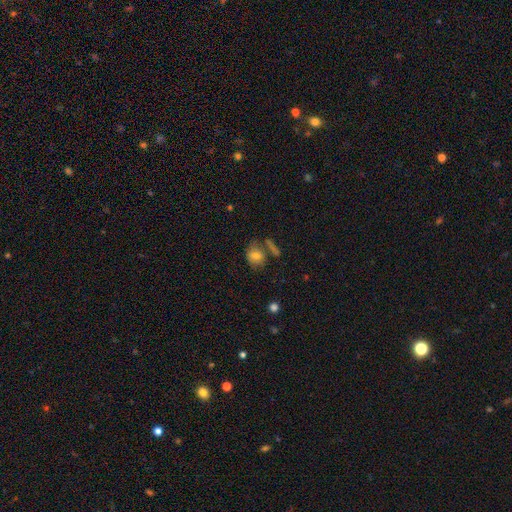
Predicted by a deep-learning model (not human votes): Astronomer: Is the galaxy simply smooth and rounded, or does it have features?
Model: smooth — 69%.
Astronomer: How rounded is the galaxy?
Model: round — 53% (runner-up: in between, 45%).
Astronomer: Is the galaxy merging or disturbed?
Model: none — 57%.